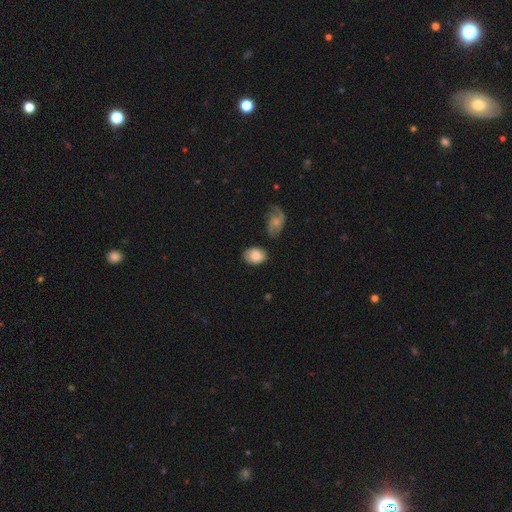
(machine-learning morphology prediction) A smooth galaxy with no disk features (78%) that is in between round and cigar-shaped (71%). Merging: none (69%).